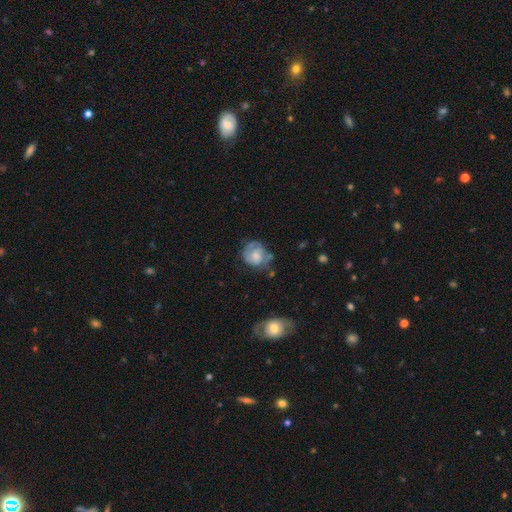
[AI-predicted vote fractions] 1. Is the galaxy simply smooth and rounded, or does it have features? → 59% featured or disk, 34% smooth, 7% star or artifact.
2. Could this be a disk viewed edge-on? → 97% no, 3% yes.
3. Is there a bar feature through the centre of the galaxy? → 69% no, 26% weak, 4% strong.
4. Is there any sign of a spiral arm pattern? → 79% yes, 21% no.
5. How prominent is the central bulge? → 36% moderate, 27% small, 19% none, 16% large, 2% dominant.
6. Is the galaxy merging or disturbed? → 54% none, 27% minor disturbance, 16% major disturbance, 4% merger.